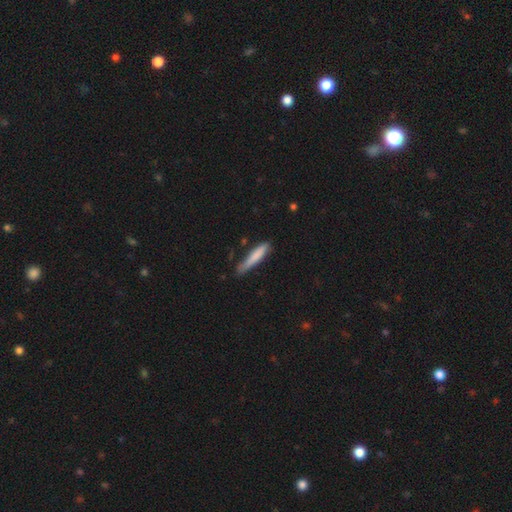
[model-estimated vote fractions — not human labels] Smooth or featured: smooth — 77% (featured or disk — 17%)
How rounded: cigar-shaped — 90% (in between — 9%)
Merging: none — 63% (minor disturbance — 28%)